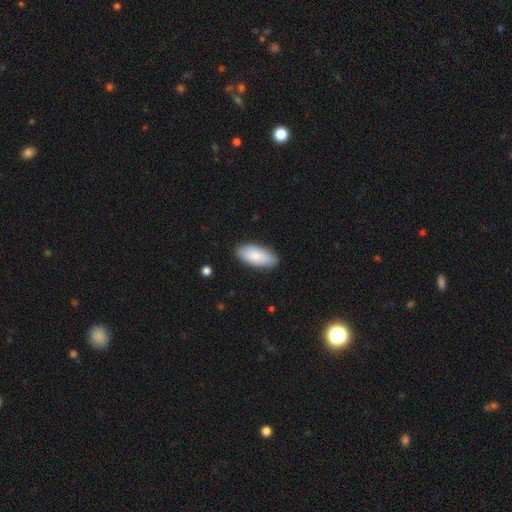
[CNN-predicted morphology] The model was most divided on "how rounded": in between: 85%, cigar-shaped: 13%, round: 2%. More confident: merging — none (87%); smooth or featured — smooth (84%).